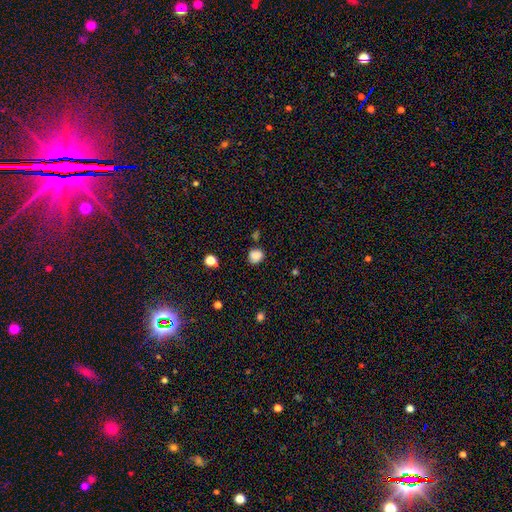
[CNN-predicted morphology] Smooth or featured?
  - smooth: 83% *
  - star or artifact: 12%
  - featured or disk: 5%
How rounded?
  - round: 71% *
  - in between: 28%
  - cigar-shaped: 1%
Merging?
  - none: 76% *
  - minor disturbance: 16%
  - merger: 5%
  - major disturbance: 4%